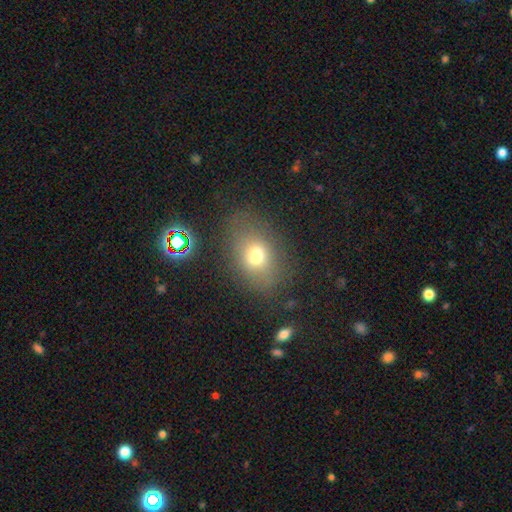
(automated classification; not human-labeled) smooth_or_featured: smooth (p=0.70) [alt: star or artifact p=0.16]
how_rounded: in between (p=0.62) [alt: round p=0.36]
merging: none (p=0.75) [alt: minor disturbance p=0.14]